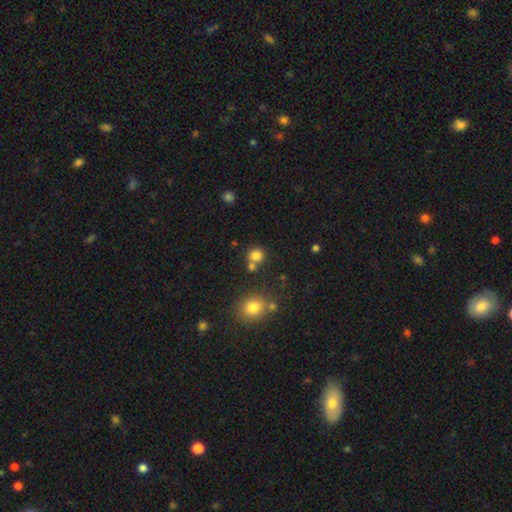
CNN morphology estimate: Overall: smooth (80%). How rounded: round (86%). Merging: none (63%; merger 24%).